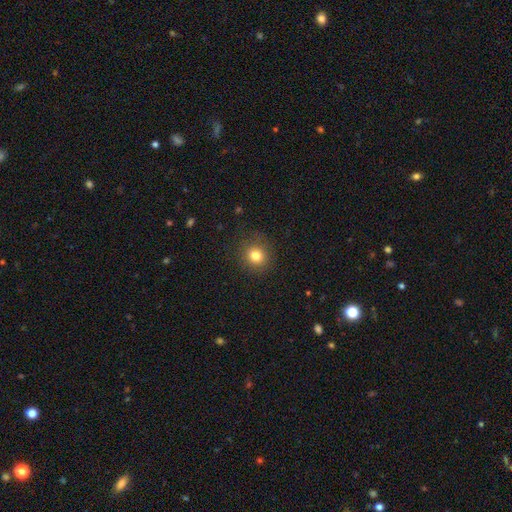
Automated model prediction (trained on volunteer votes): Smooth or featured? Predicted: smooth (p=0.80). How rounded? Predicted: round (p=0.88). Merging? Predicted: none (p=0.87).